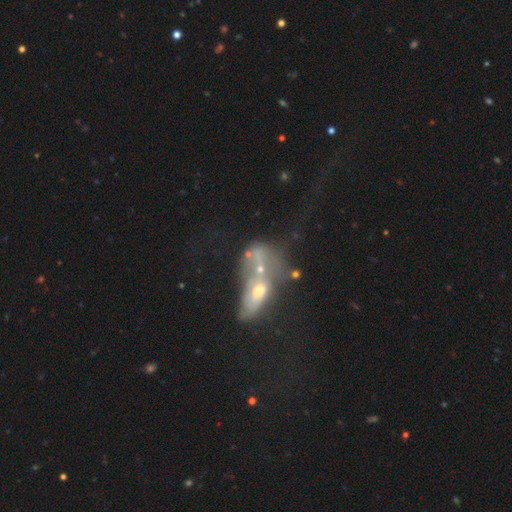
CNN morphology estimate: smooth_or_featured: smooth (p=0.43) [alt: featured or disk p=0.40]
merging: merger (p=0.64) [alt: major disturbance p=0.16]